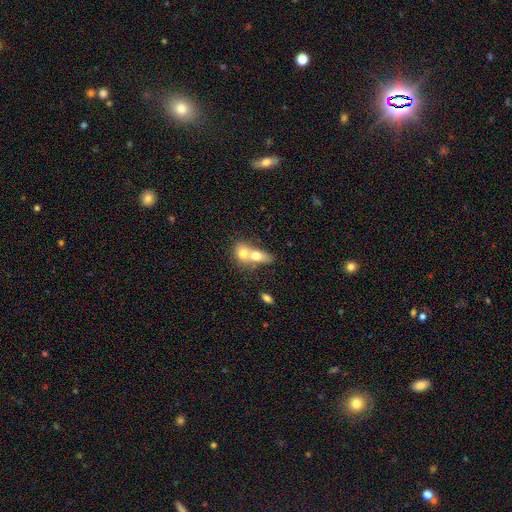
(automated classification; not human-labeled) smooth 68%, featured or disk 24%, star or artifact 8%. Down the decision tree: how rounded — in between (54%); merging — merger (76%).